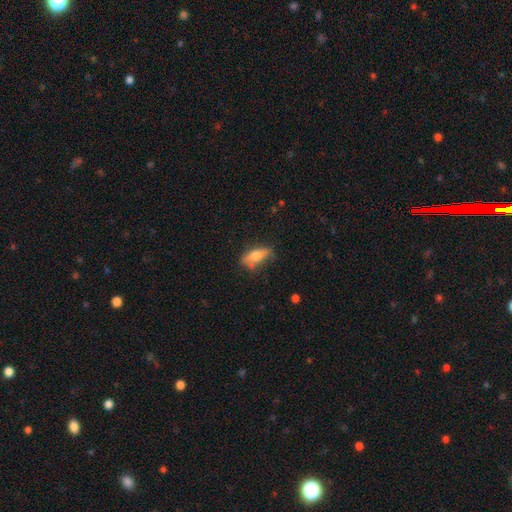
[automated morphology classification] This appears to be a smooth galaxy with no disk features (66%) that is in between round and cigar-shaped (70%). Merging: none (58%).